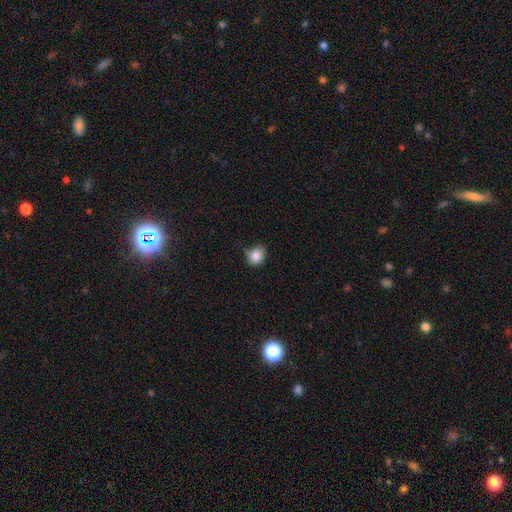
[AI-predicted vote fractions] A smooth galaxy with no disk features (84%) that is round (53%).

Vote fractions:
- Smooth or featured? smooth: 84% / star or artifact: 9% / featured or disk: 7%
- How rounded? round: 53% / in between: 46% / cigar-shaped: 1%
- Merging? none: 52% / minor disturbance: 35% / major disturbance: 9% / merger: 4%